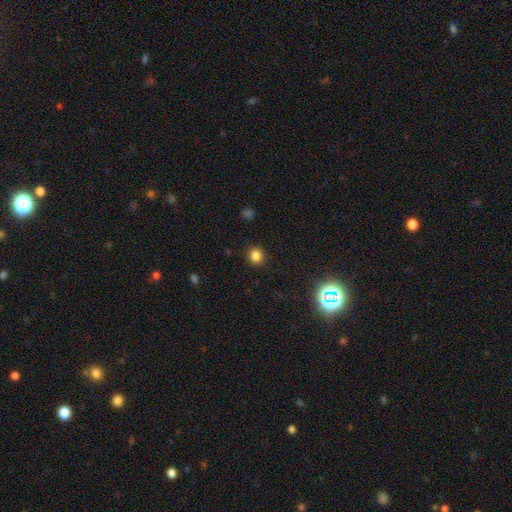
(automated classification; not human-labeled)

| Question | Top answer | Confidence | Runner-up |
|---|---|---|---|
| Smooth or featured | smooth | 82% | star or artifact (14%) |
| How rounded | round | 88% | in between (11%) |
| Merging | none | 90% | minor disturbance (7%) |